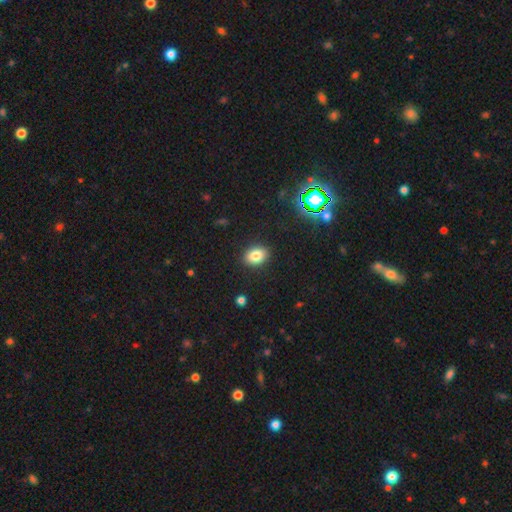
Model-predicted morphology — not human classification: smooth_or_featured: smooth (p=0.81) [alt: star or artifact p=0.11]
how_rounded: in between (p=0.66) [alt: round p=0.33]
merging: none (p=0.88) [alt: minor disturbance p=0.08]